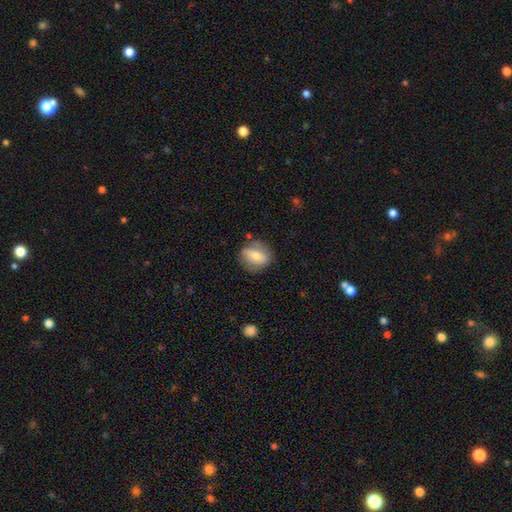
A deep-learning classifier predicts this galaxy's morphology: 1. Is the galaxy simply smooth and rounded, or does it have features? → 63% smooth, 29% featured or disk, 8% star or artifact.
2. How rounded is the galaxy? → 59% round, 38% in between, 3% cigar-shaped.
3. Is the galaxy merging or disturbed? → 75% none, 17% minor disturbance, 5% major disturbance, 2% merger.